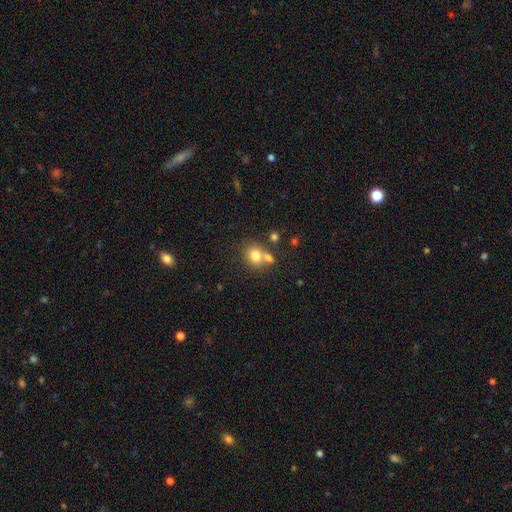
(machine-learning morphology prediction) smooth_or_featured: smooth (p=0.77) [alt: featured or disk p=0.12]
how_rounded: round (p=0.65) [alt: in between p=0.34]
merging: none (p=0.48) [alt: merger p=0.35]